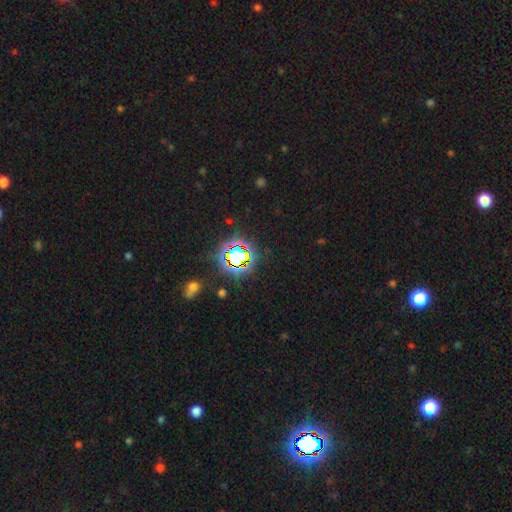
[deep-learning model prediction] smooth-or-featured: star or artifact: 81% | smooth: 11% | featured or disk: 8%